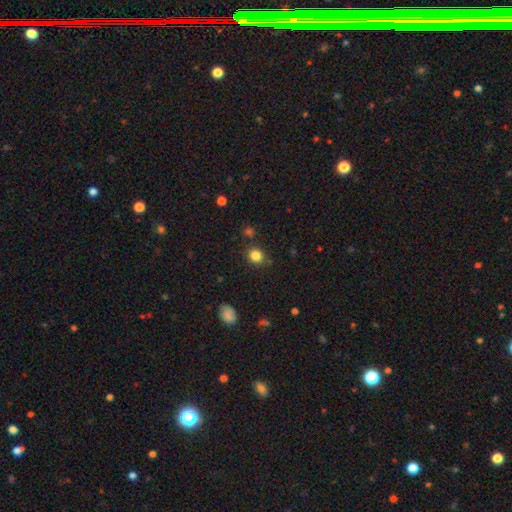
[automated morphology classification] smooth 83%, star or artifact 12%, featured or disk 5%. Down the decision tree: how rounded — round (85%); merging — none (84%).